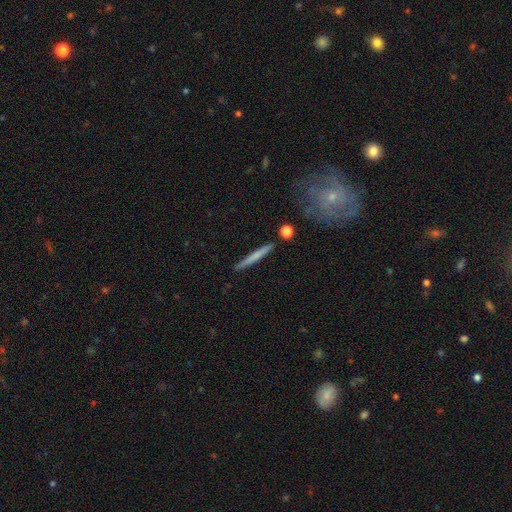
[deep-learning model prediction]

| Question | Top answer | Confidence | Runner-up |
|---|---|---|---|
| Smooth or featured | smooth | 58% | featured or disk (37%) |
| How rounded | cigar-shaped | 95% | in between (3%) |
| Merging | none | 88% | minor disturbance (8%) |